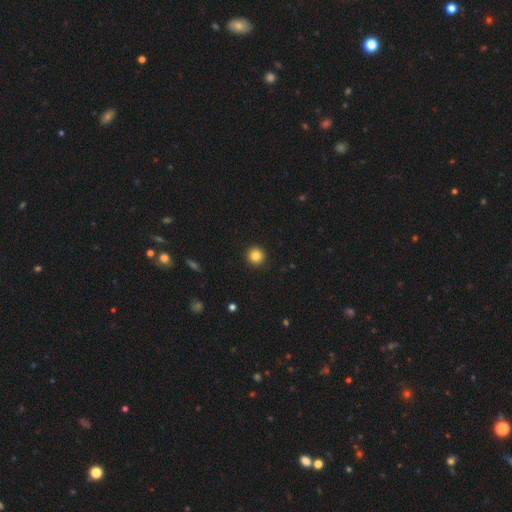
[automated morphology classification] This appears to be a smooth galaxy with no disk features (85%) that is round (95%). Merging: none (93%).